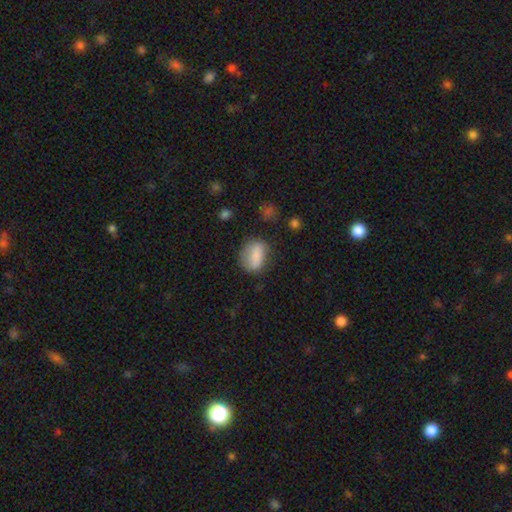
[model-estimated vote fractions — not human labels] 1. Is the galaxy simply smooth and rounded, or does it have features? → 75% smooth, 17% featured or disk, 8% star or artifact.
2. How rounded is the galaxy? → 72% in between, 24% round, 4% cigar-shaped.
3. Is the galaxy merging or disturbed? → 62% none, 24% minor disturbance, 10% major disturbance, 4% merger.